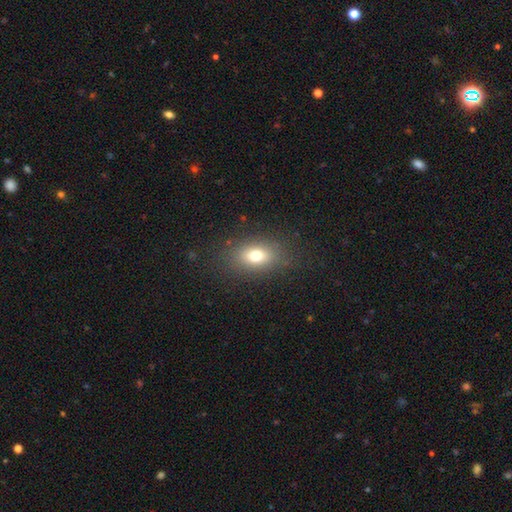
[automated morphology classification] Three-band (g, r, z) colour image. It shows a smooth galaxy with no disk features (74%) that is in between round and cigar-shaped (77%). Merging: none (83%).